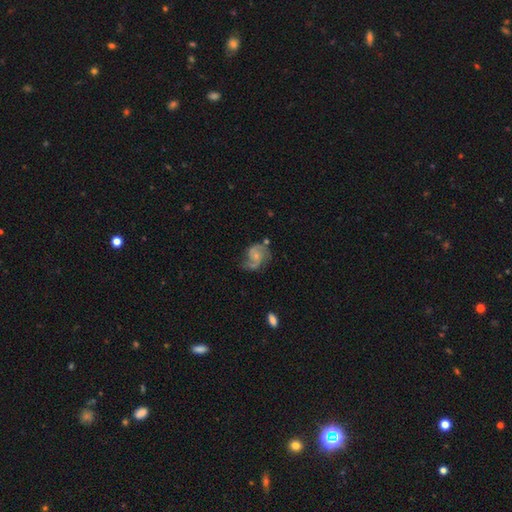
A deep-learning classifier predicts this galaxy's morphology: Smooth or featured? Predicted: featured or disk (p=0.80). Edge-on disk? Predicted: no (p=0.98). Bar? Predicted: no (p=0.68). Spiral arms? Predicted: yes (p=0.94). Spiral winding? Predicted: medium (p=0.50). Spiral arm count? Predicted: 2 (p=0.80). Bulge size? Predicted: small (p=0.63). Merging? Predicted: none (p=0.55).